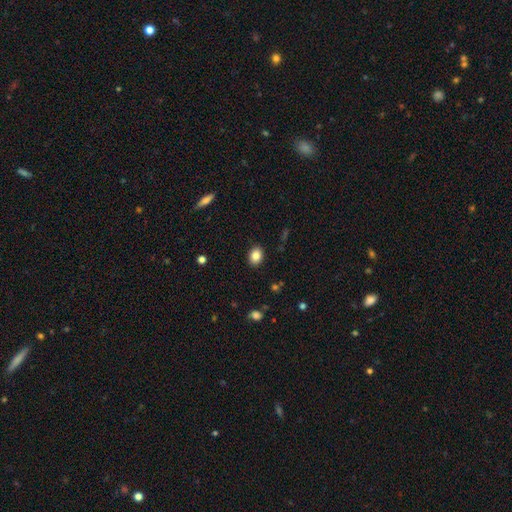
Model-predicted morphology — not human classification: smooth_or_featured: smooth (p=0.85) [alt: star or artifact p=0.09]
how_rounded: in between (p=0.63) [alt: round p=0.36]
merging: none (p=0.89) [alt: minor disturbance p=0.08]